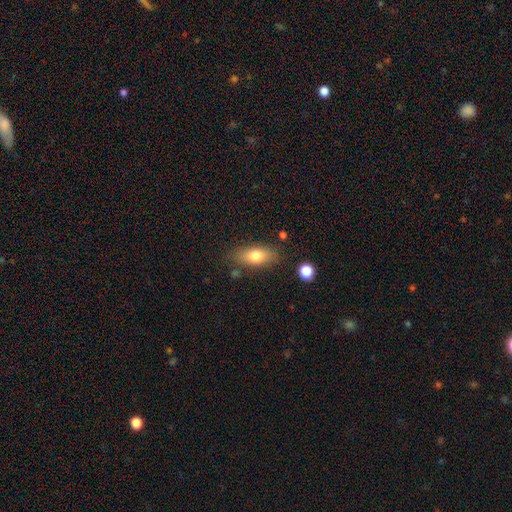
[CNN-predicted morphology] Q: Smooth or featured?
A: smooth (76%); runner-up: featured or disk (16%)
Q: How rounded?
A: in between (81%); runner-up: cigar-shaped (13%)
Q: Merging?
A: none (77%); runner-up: minor disturbance (15%)